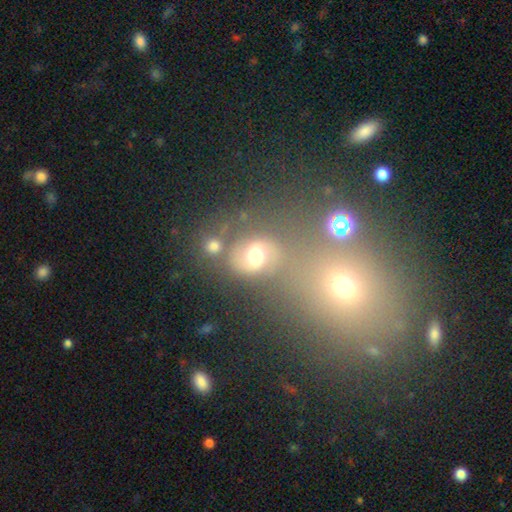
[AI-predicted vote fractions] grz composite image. It shows a smooth galaxy with no disk features (47%). Merging: none (56%).